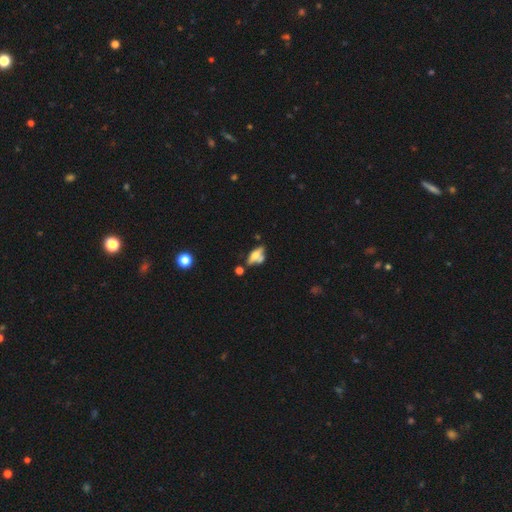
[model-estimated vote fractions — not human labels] Overall: featured or disk (49%; smooth 41%). Merging: none (42%; merger 29%).